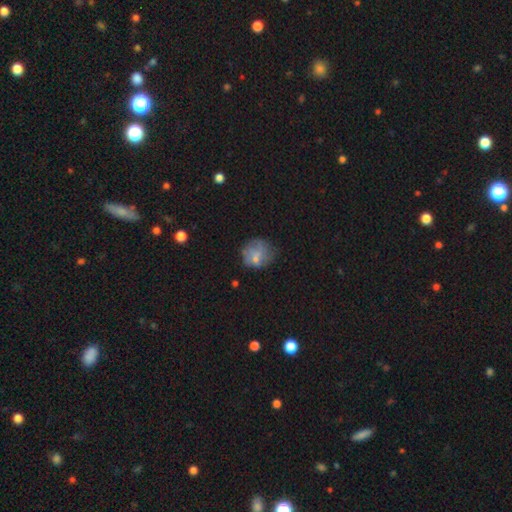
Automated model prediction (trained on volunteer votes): A smooth galaxy with no disk features (59%) that is round (68%).

Vote fractions:
- Smooth or featured? smooth: 59% / featured or disk: 29% / star or artifact: 12%
- How rounded? round: 68% / in between: 31% / cigar-shaped: 1%
- Merging? none: 50% / minor disturbance: 27% / major disturbance: 19% / merger: 4%